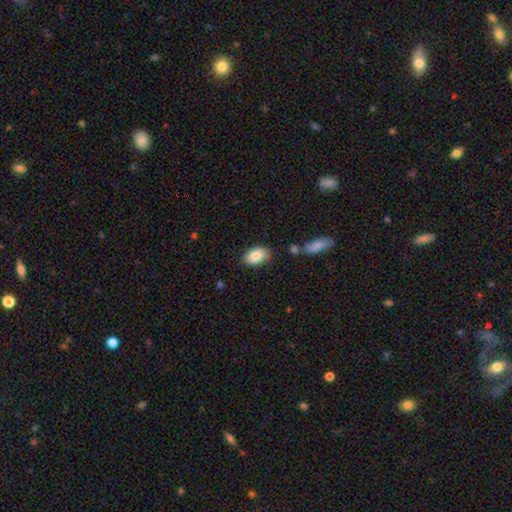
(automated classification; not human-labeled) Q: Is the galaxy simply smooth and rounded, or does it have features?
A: smooth — 85%.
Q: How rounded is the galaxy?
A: in between — 91%.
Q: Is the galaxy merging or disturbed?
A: none — 80%.